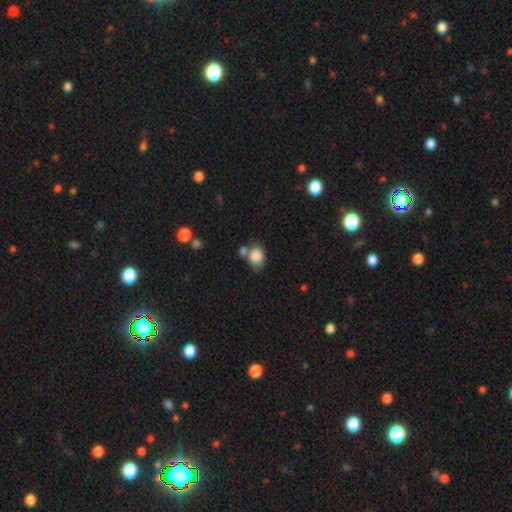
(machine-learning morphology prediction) Q: Smooth or featured?
A: smooth (85%); runner-up: star or artifact (9%)
Q: How rounded?
A: in between (54%); runner-up: round (45%)
Q: Merging?
A: none (44%); runner-up: merger (32%)